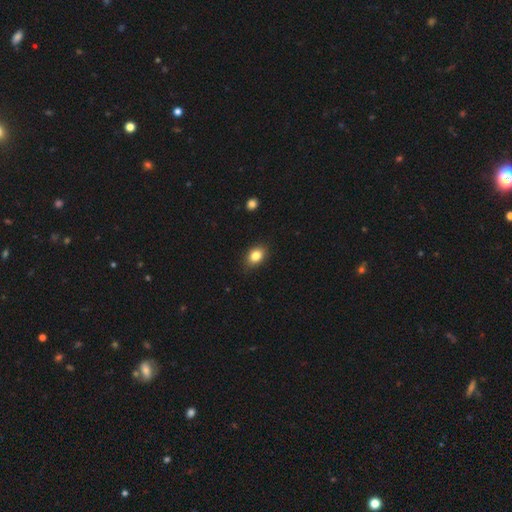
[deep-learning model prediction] smooth_or_featured: smooth (p=0.84) [alt: star or artifact p=0.09]
how_rounded: in between (p=0.73) [alt: round p=0.26]
merging: none (p=0.86) [alt: minor disturbance p=0.11]